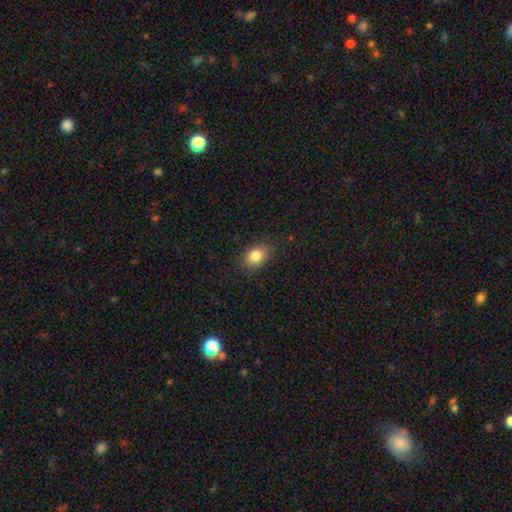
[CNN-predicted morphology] Smooth or featured? smooth (84%)
How rounded? in between (78%)
Merging? none (85%)